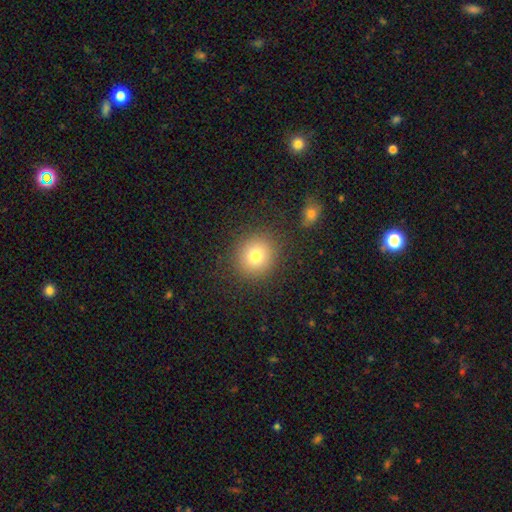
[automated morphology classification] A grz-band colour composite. It shows a smooth galaxy with no disk features (78%) that is round (89%). Merging: none (86%).